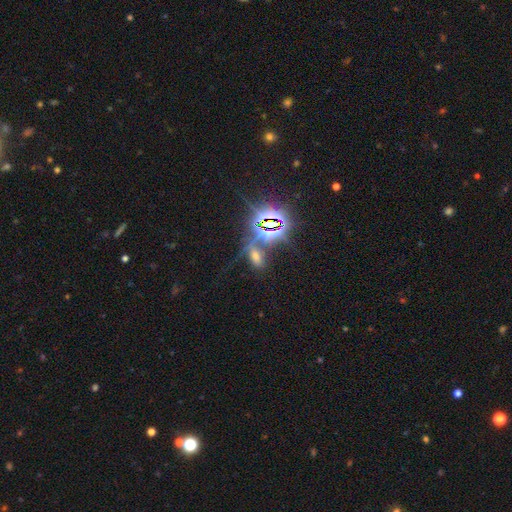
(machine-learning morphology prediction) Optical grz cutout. It shows a star or artifact, not a galaxy (52%).